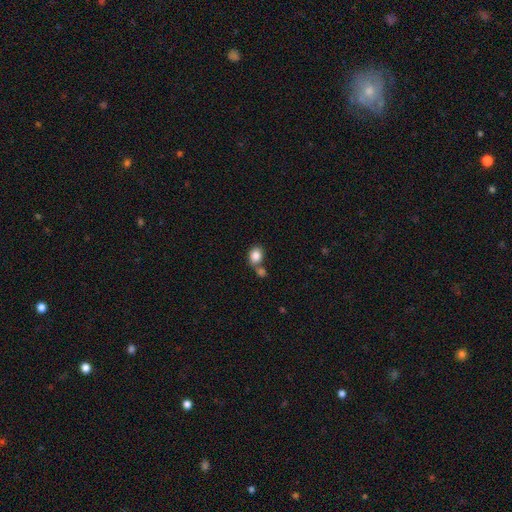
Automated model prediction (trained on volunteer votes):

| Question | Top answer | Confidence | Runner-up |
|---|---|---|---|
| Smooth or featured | smooth | 85% | star or artifact (9%) |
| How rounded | in between | 51% | round (48%) |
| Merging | none | 51% | merger (33%) |